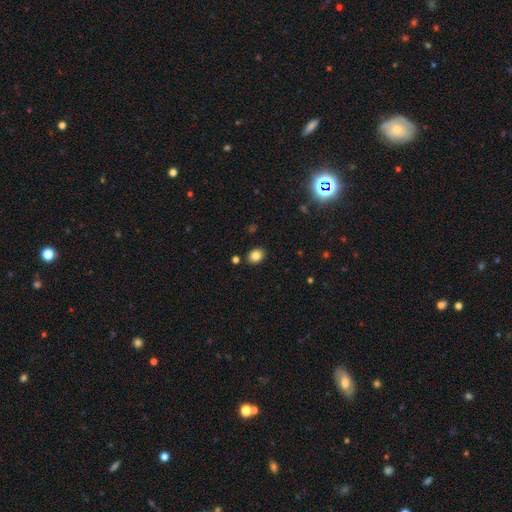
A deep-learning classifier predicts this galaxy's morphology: The model was most divided on "how rounded": in between: 57%, round: 42%, cigar-shaped: 1%. More confident: merging — none (87%); smooth or featured — smooth (84%).